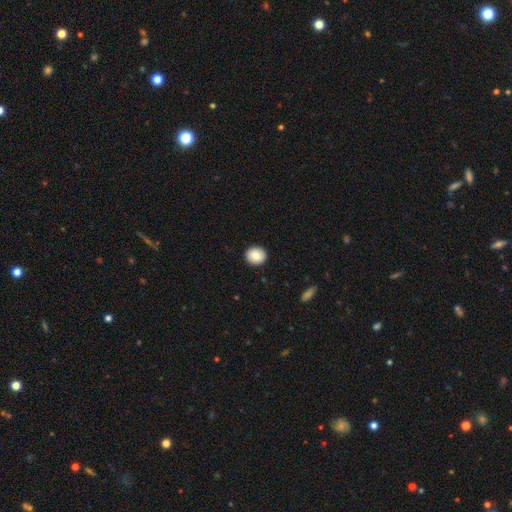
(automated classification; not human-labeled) Smooth or featured: smooth — 83% (featured or disk — 9%)
How rounded: round — 84% (in between — 16%)
Merging: none — 92% (minor disturbance — 6%)